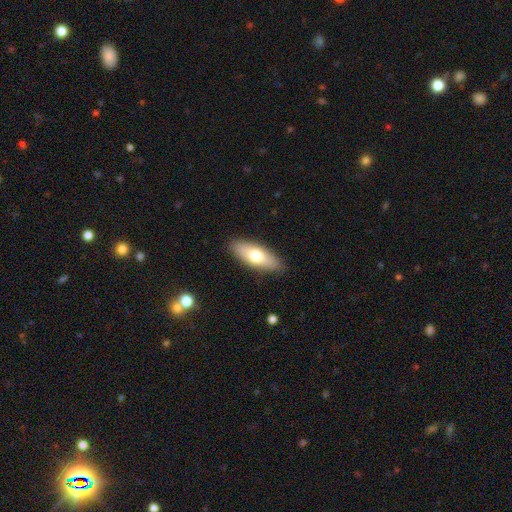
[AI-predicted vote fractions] Smooth or featured? smooth (68%)
How rounded? in between (65%)
Merging? none (88%)